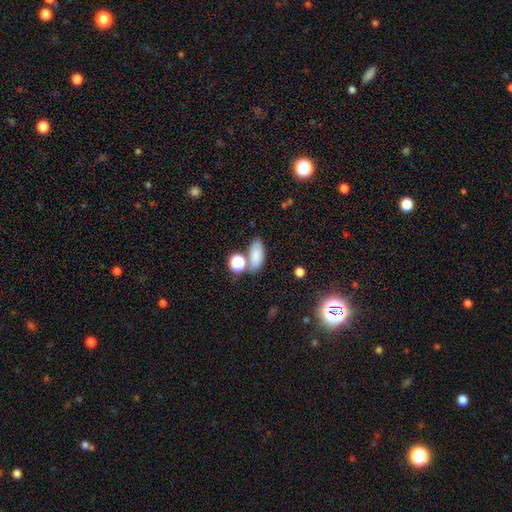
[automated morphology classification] This appears to be a smooth galaxy with no disk features (81%) that is in between round and cigar-shaped (84%). Merging: none (67%).